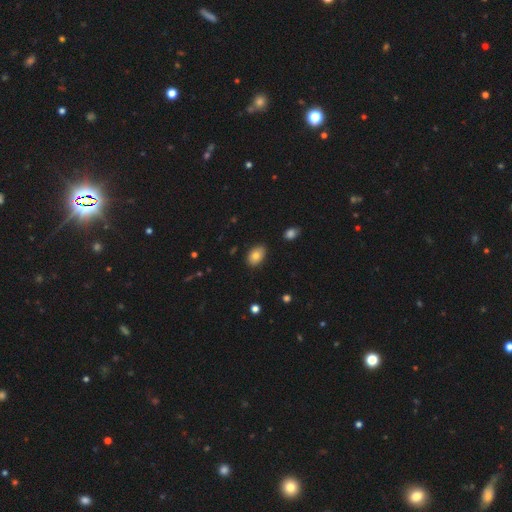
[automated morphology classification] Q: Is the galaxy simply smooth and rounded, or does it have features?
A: smooth — 81%.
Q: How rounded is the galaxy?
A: in between — 86%.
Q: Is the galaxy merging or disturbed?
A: none — 83%.